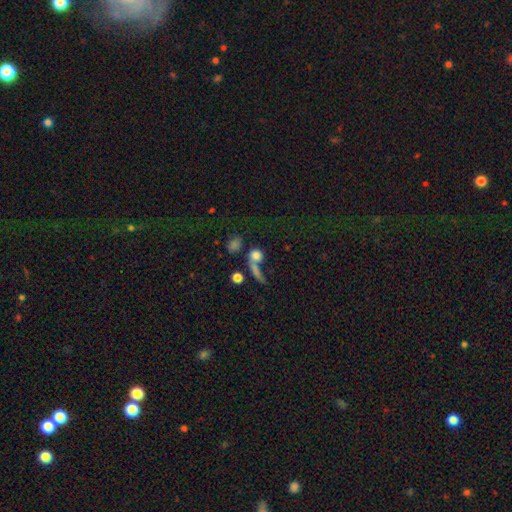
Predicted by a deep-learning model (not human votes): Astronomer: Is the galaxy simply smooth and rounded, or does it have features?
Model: smooth — 70%.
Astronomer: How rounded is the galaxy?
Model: round — 64%.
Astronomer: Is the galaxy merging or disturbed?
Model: none — 37% (runner-up: merger, 35%).